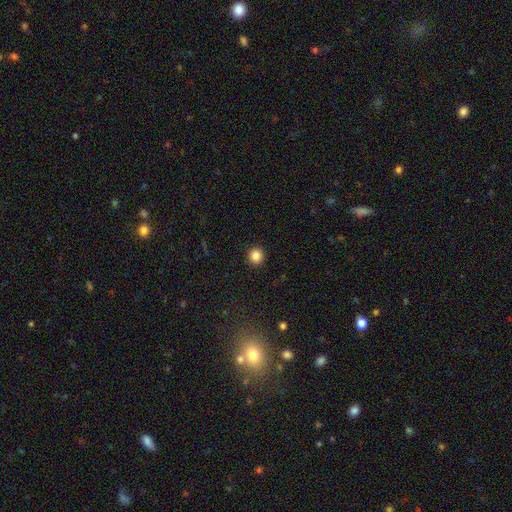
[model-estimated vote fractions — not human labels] Smooth or featured?
  - smooth: 85% *
  - star or artifact: 11%
  - featured or disk: 4%
How rounded?
  - round: 94% *
  - in between: 5%
  - cigar-shaped: 1%
Merging?
  - none: 93% *
  - minor disturbance: 4%
  - major disturbance: 2%
  - merger: 1%